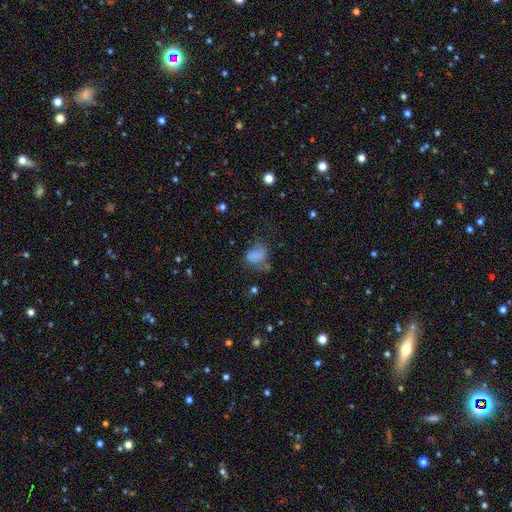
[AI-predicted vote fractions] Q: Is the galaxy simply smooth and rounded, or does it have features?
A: smooth — 74%.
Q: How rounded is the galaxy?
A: in between — 74%.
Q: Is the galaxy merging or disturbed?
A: none — 36%.